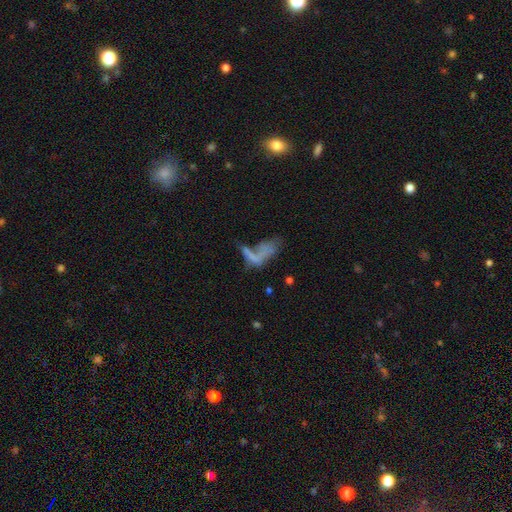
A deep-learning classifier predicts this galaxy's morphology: This appears to be a smooth galaxy with no disk features (51%) that is in between round and cigar-shaped (68%). Merging: merger (35%).